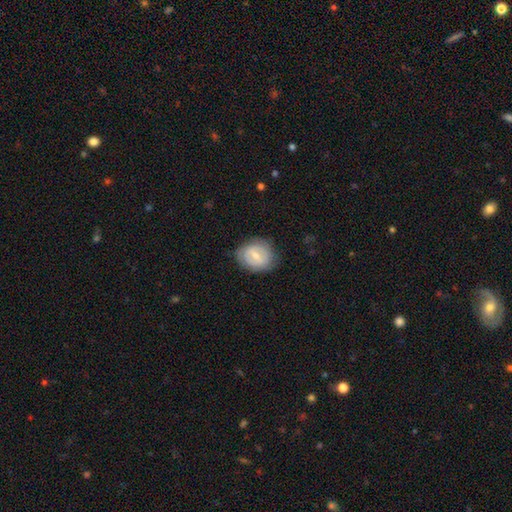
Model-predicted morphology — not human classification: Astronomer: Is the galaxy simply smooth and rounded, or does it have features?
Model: featured or disk — 51% (runner-up: smooth, 43%).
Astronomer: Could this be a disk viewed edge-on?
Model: no — 96%.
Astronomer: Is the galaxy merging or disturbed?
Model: none — 75%.